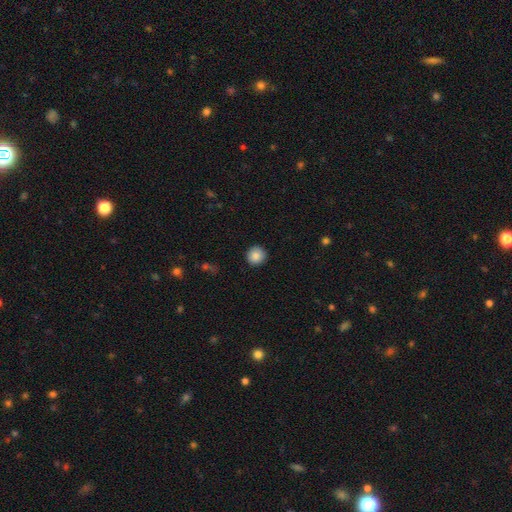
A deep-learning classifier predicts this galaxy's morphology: smooth_or_featured: smooth (p=0.87) [alt: star or artifact p=0.09]
how_rounded: round (p=0.92) [alt: in between p=0.07]
merging: none (p=0.91) [alt: minor disturbance p=0.07]